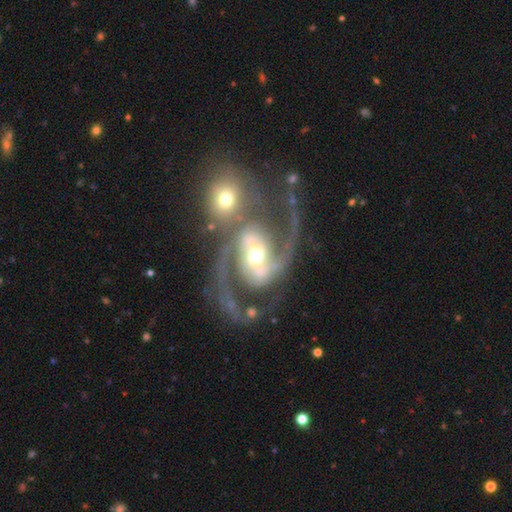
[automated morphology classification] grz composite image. It shows a featured or disk galaxy (92%) with a weak bar (36%), 2 (92%) medium (60%) spiral arms (98%) and a moderate central bulge (66%). Merging: merger (39%).